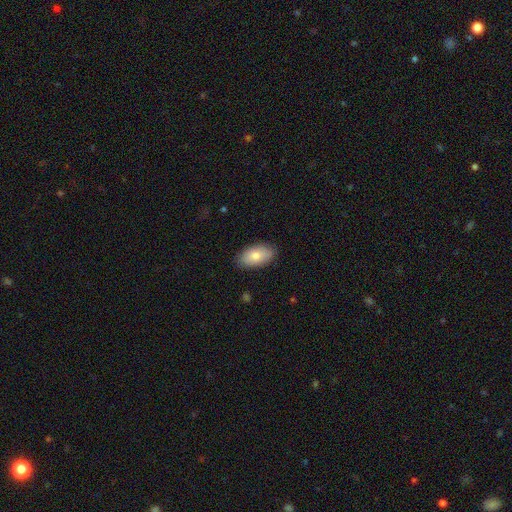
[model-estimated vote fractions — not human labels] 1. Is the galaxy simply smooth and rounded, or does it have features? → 79% smooth, 15% featured or disk, 6% star or artifact.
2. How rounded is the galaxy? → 94% in between, 4% round, 2% cigar-shaped.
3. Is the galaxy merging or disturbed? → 85% none, 12% minor disturbance, 2% major disturbance, 1% merger.